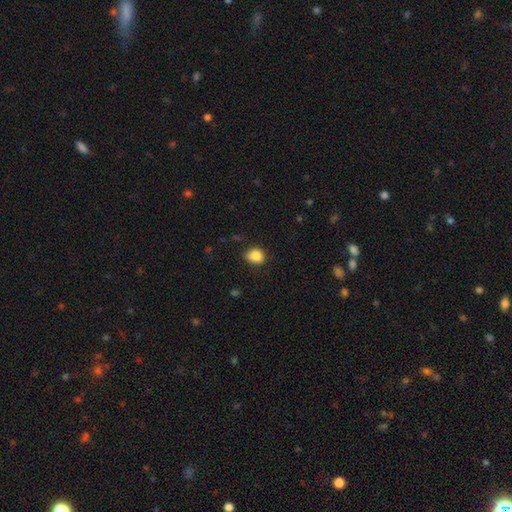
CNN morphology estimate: This appears to be a smooth galaxy with no disk features (86%) that is round (60%). Merging: none (70%).